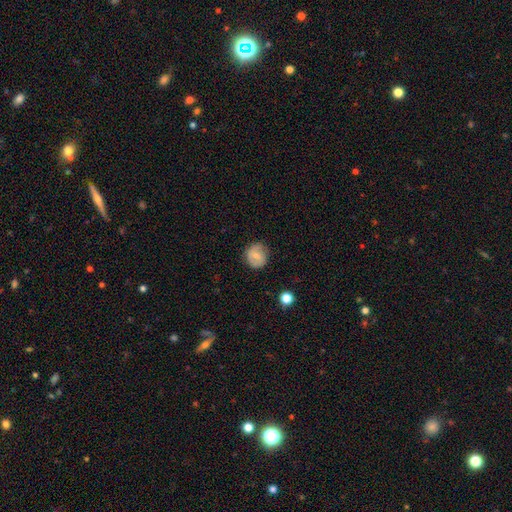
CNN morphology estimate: The model was most divided on "smooth or featured": smooth: 61%, featured or disk: 31%, star or artifact: 8%. More confident: how rounded — round (85%); merging — none (81%).